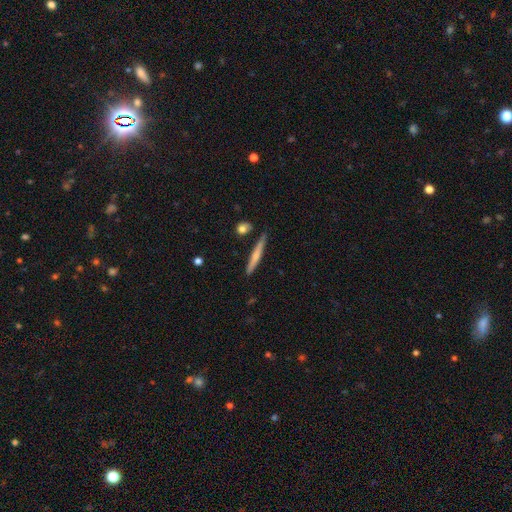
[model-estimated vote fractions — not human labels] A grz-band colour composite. It shows a smooth galaxy with no disk features (53%) that is cigar-shaped (95%). Merging: none (86%).